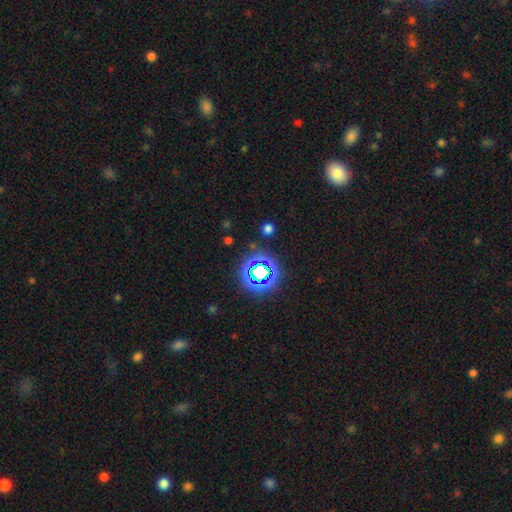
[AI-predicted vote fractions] Smooth or featured? Predicted: star or artifact (p=0.73).